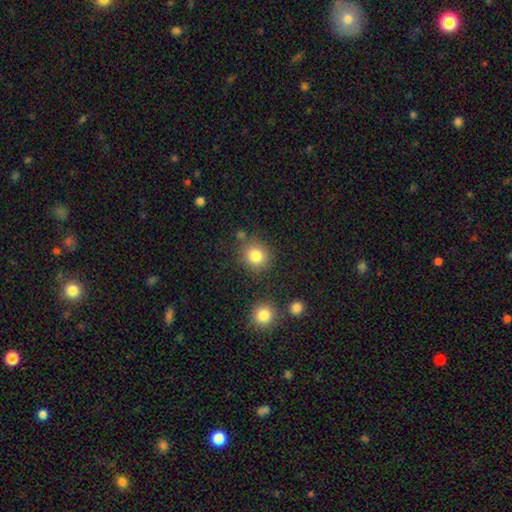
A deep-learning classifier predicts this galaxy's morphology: Smooth or featured? Predicted: smooth (p=0.84). How rounded? Predicted: round (p=0.85). Merging? Predicted: none (p=0.80).